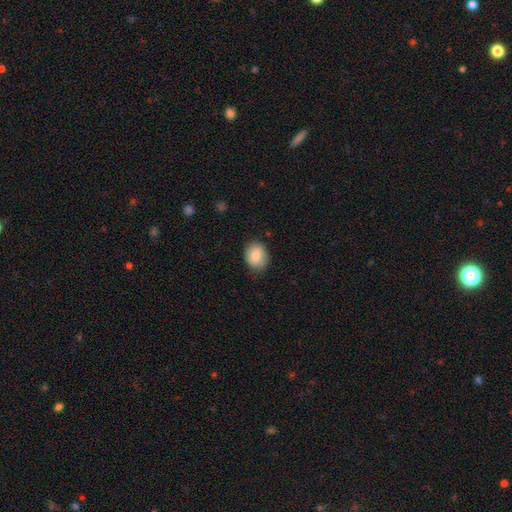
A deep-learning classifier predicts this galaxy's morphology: Smooth or featured? Predicted: smooth (p=0.84). How rounded? Predicted: round (p=0.54). Merging? Predicted: none (p=0.82).